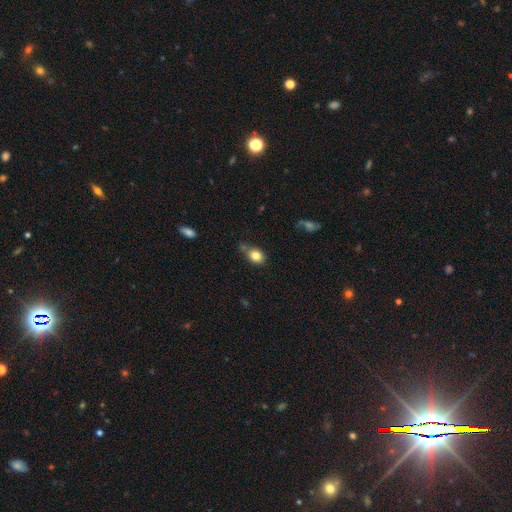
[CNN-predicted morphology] Smooth or featured? Predicted: smooth (p=0.82). How rounded? Predicted: in between (p=0.58). Merging? Predicted: none (p=0.62).